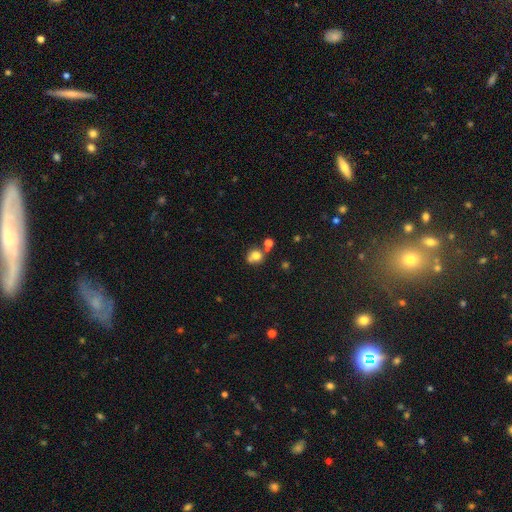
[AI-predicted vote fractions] This appears to be a smooth galaxy with no disk features (75%) that is round (74%). Merging: none (57%).